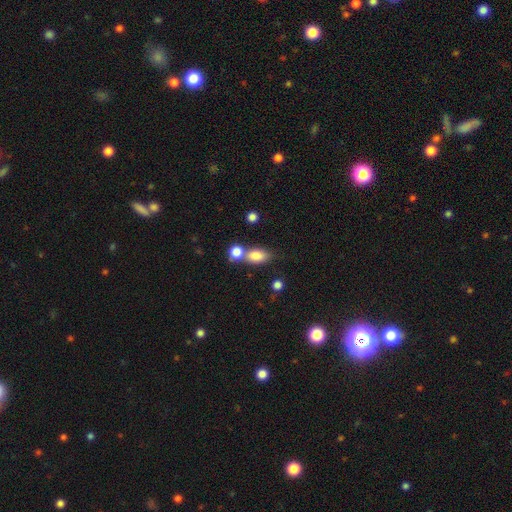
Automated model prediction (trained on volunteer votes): This is clearly a smooth galaxy (82%). How rounded: clearly in between (81%). Merging: marginally none (45%).